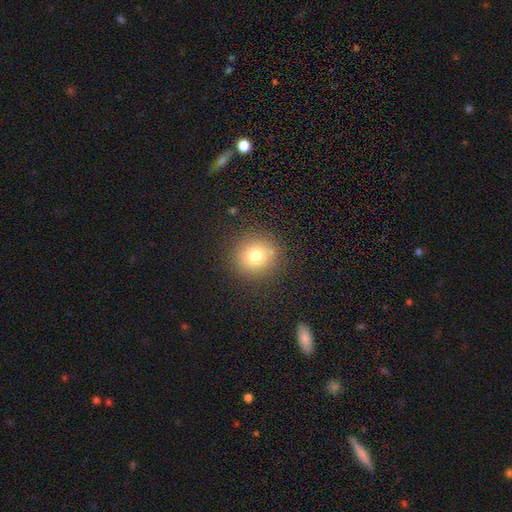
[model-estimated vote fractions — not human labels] Q: Smooth or featured?
A: smooth (76%); runner-up: star or artifact (15%)
Q: How rounded?
A: round (92%); runner-up: in between (7%)
Q: Merging?
A: none (88%); runner-up: minor disturbance (7%)